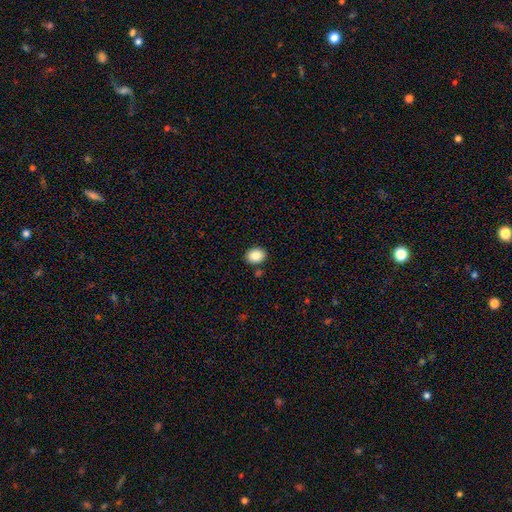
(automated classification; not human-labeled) Overall: smooth (87%). How rounded: in between (53%; round 46%). Merging: none (87%).